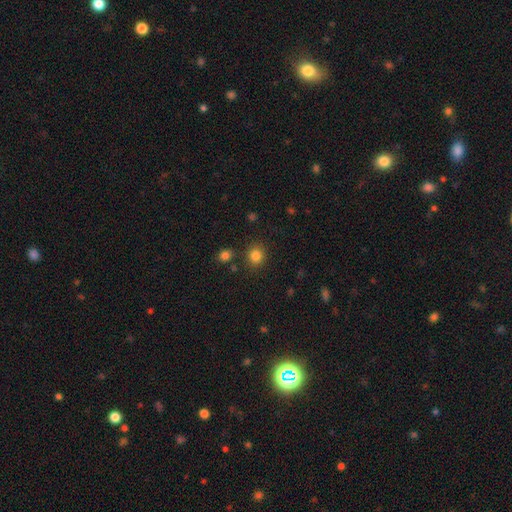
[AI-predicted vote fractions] Smooth or featured?
  - smooth: 83% *
  - star or artifact: 12%
  - featured or disk: 5%
How rounded?
  - round: 83% *
  - in between: 16%
  - cigar-shaped: 1%
Merging?
  - none: 85% *
  - minor disturbance: 8%
  - merger: 4%
  - major disturbance: 3%